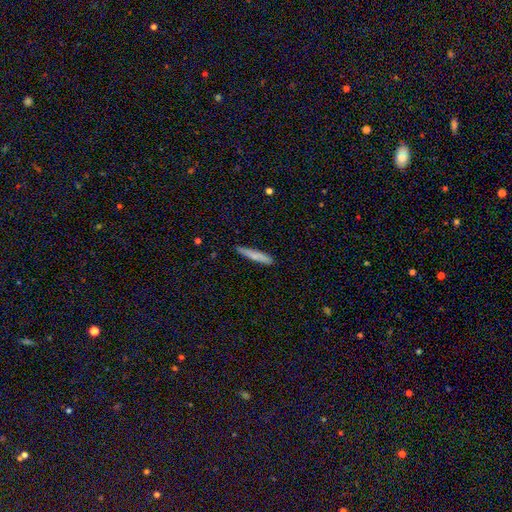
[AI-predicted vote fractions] smooth_or_featured: smooth (p=0.72) [alt: featured or disk p=0.22]
how_rounded: cigar-shaped (p=0.93) [alt: in between p=0.05]
merging: none (p=0.84) [alt: minor disturbance p=0.13]